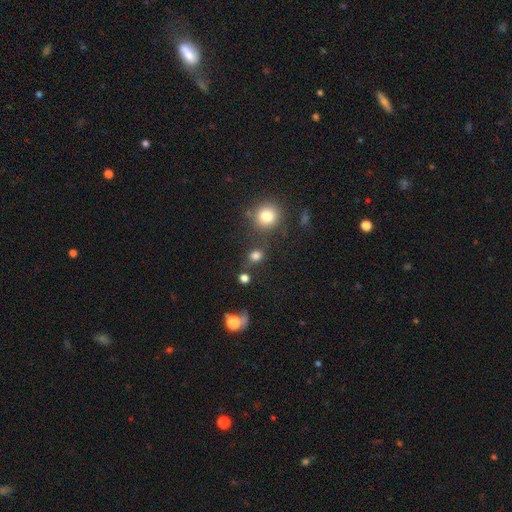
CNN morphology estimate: This is likely a smooth galaxy (77%). How rounded: likely round (64%). Merging: likely none (67%).